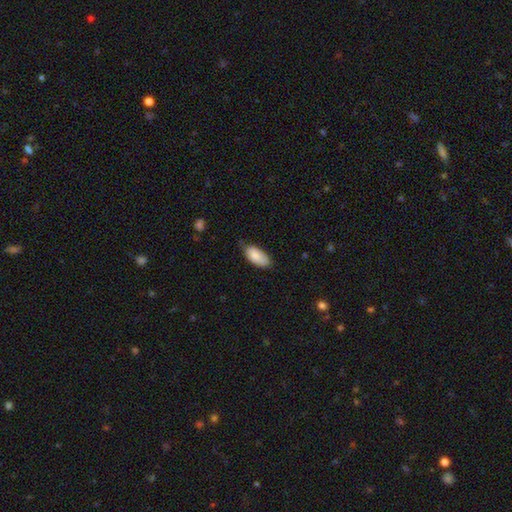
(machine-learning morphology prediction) Smooth or featured: smooth — 84% (featured or disk — 9%)
How rounded: in between — 92% (cigar-shaped — 6%)
Merging: none — 63% (minor disturbance — 31%)